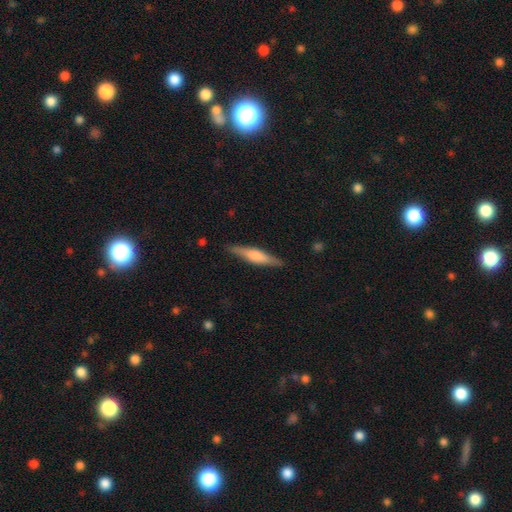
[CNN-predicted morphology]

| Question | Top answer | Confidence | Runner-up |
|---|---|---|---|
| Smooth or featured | smooth | 49% | featured or disk (45%) |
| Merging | none | 86% | minor disturbance (10%) |